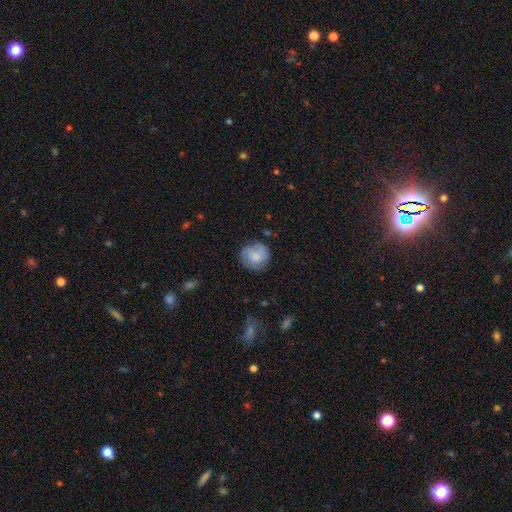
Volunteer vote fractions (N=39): Smooth or featured? 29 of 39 (74%) said smooth. How rounded? 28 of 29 (97%) said round. Merging? 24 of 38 (63%) said none.